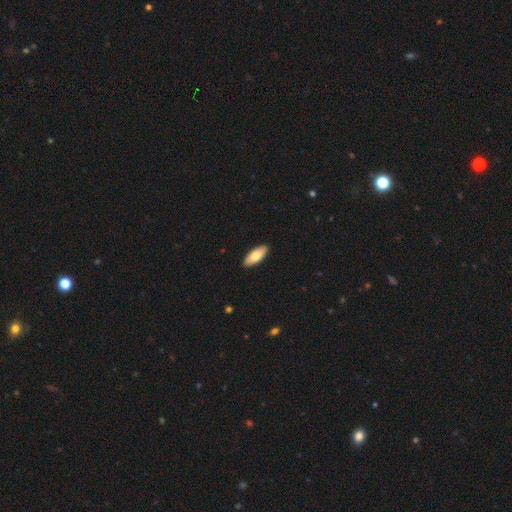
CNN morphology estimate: Q: Smooth or featured?
A: smooth (77%); runner-up: featured or disk (17%)
Q: How rounded?
A: in between (80%); runner-up: cigar-shaped (18%)
Q: Merging?
A: none (91%); runner-up: minor disturbance (7%)